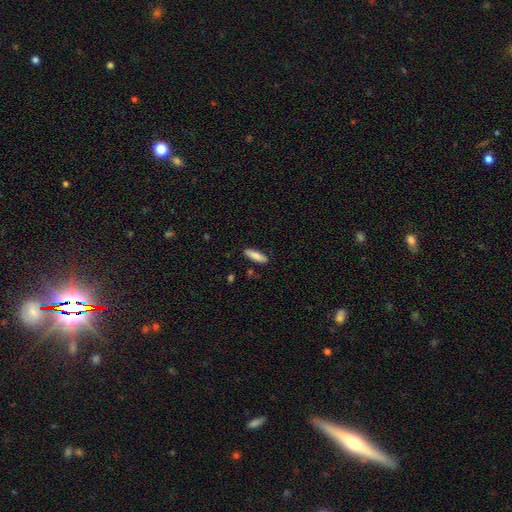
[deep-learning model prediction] Overall: smooth (85%). How rounded: cigar-shaped (61%; in between 37%). Merging: none (87%).